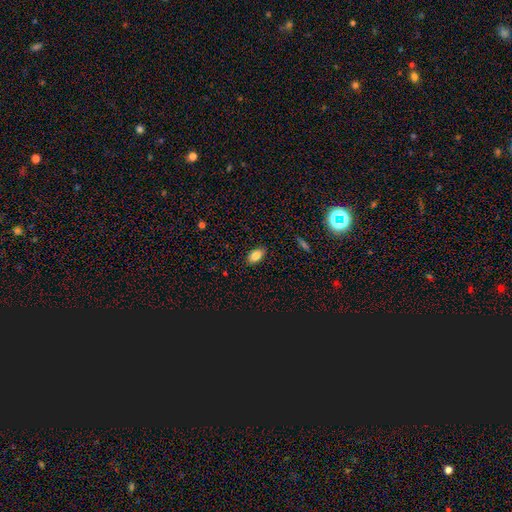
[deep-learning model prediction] Smooth or featured?
  - smooth: 84% *
  - star or artifact: 9%
  - featured or disk: 7%
How rounded?
  - in between: 88% *
  - round: 10%
  - cigar-shaped: 2%
Merging?
  - none: 86% *
  - minor disturbance: 10%
  - major disturbance: 2%
  - merger: 1%